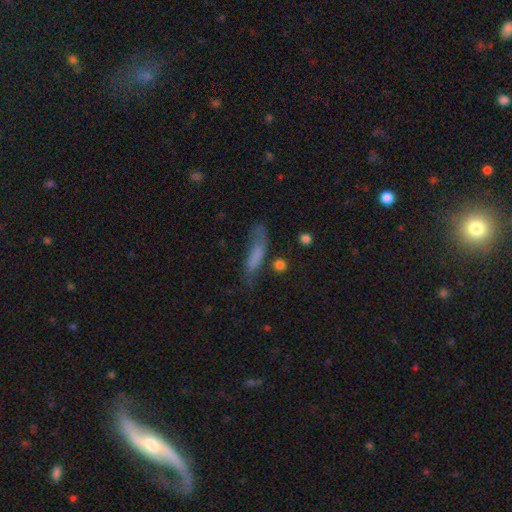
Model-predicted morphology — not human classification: Smooth or featured? Predicted: smooth (p=0.64). How rounded? Predicted: cigar-shaped (p=0.69). Merging? Predicted: none (p=0.47).